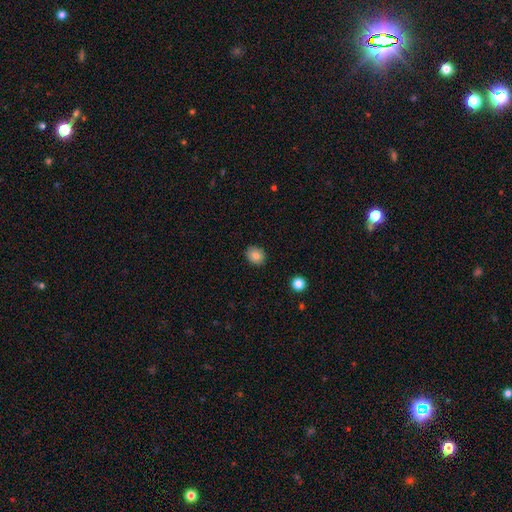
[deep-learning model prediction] This appears to be a smooth galaxy with no disk features (82%) that is round (63%). Merging: none (89%).